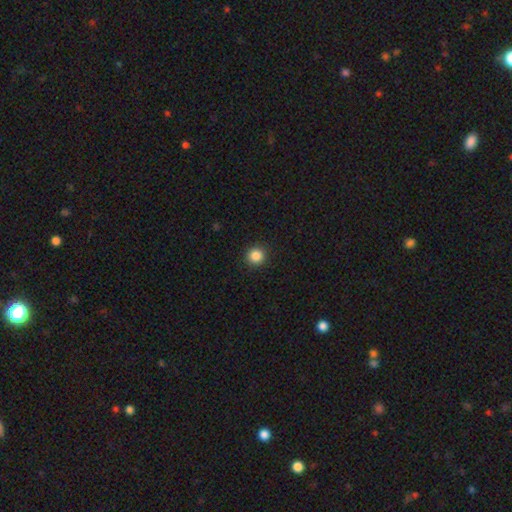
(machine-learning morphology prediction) A smooth galaxy with no disk features (85%) that is round (93%). Merging: none (93%).